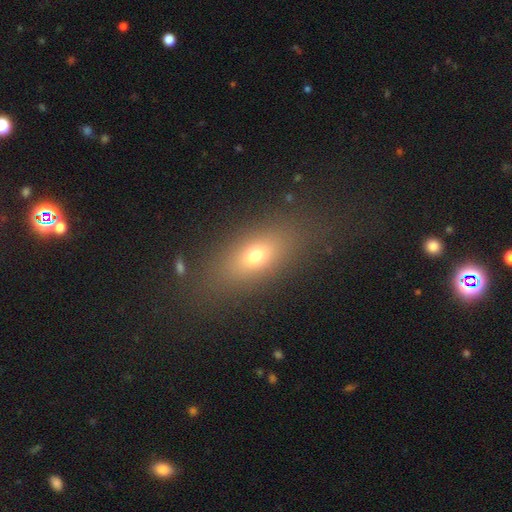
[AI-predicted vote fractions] The model was most divided on "smooth or featured": smooth: 67%, featured or disk: 19%, star or artifact: 14%. More confident: merging — none (80%); how rounded — in between (70%).